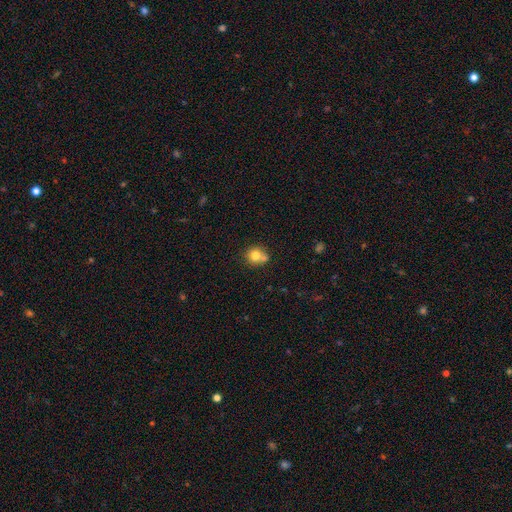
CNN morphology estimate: smooth 77%, featured or disk 12%, star or artifact 11%. Down the decision tree: how rounded — round (86%); merging — none (55%).